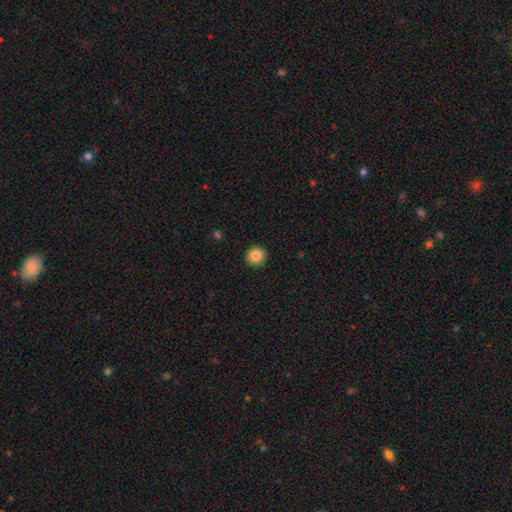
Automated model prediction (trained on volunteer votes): Overall: smooth (85%). How rounded: round (93%). Merging: none (92%).